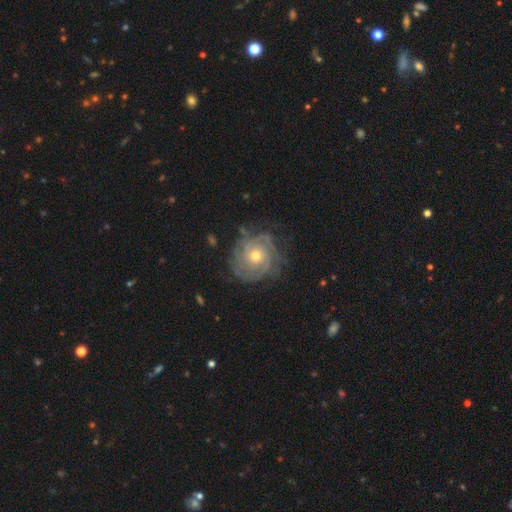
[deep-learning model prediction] Q: Smooth or featured?
A: featured or disk (85%); runner-up: smooth (9%)
Q: Edge-on disk?
A: no (98%); runner-up: yes (2%)
Q: Bar?
A: no (81%); runner-up: weak (16%)
Q: Spiral arms?
A: yes (95%); runner-up: no (5%)
Q: Spiral winding?
A: tight (76%); runner-up: medium (20%)
Q: Spiral arm count?
A: can't tell (33%); runner-up: 3 (23%)
Q: Bulge size?
A: moderate (66%); runner-up: small (29%)
Q: Merging?
A: none (75%); runner-up: minor disturbance (17%)